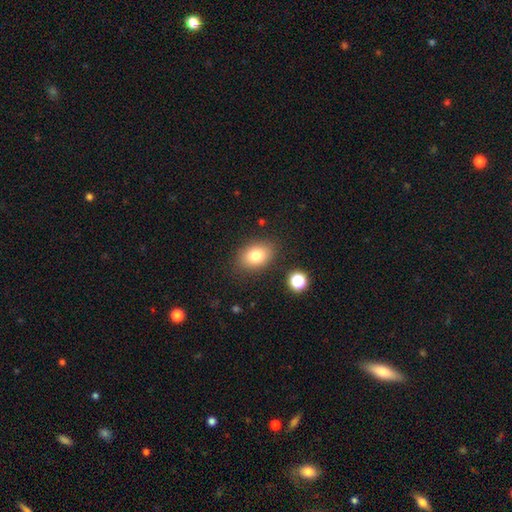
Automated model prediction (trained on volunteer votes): Smooth or featured? smooth (80%)
How rounded? in between (74%)
Merging? none (84%)